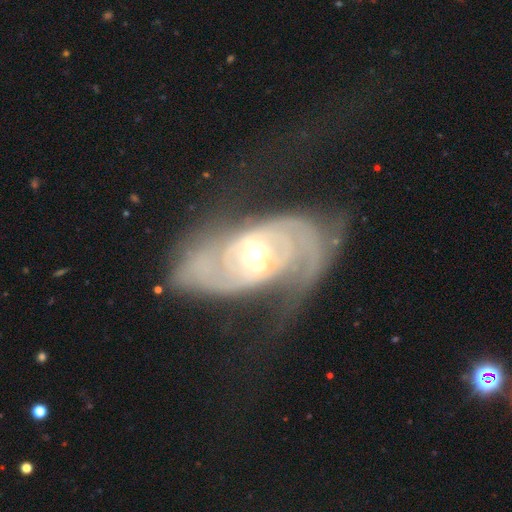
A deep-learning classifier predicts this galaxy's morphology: type=featured or disk (89%); edge-on=no (95%); bar=no (44%); spiral arms=yes (96%); winding=tight (50%); arm count=2 (69%); bulge=moderate (52%); merging=none (51%).